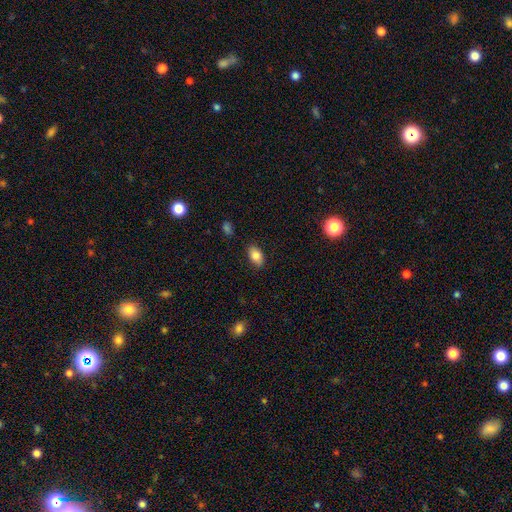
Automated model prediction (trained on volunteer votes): A smooth galaxy with no disk features (83%) that is in between round and cigar-shaped (90%).

Vote fractions:
- Smooth or featured? smooth: 83% / featured or disk: 9% / star or artifact: 8%
- How rounded? in between: 90% / round: 7% / cigar-shaped: 2%
- Merging? none: 85% / minor disturbance: 11% / major disturbance: 2% / merger: 1%